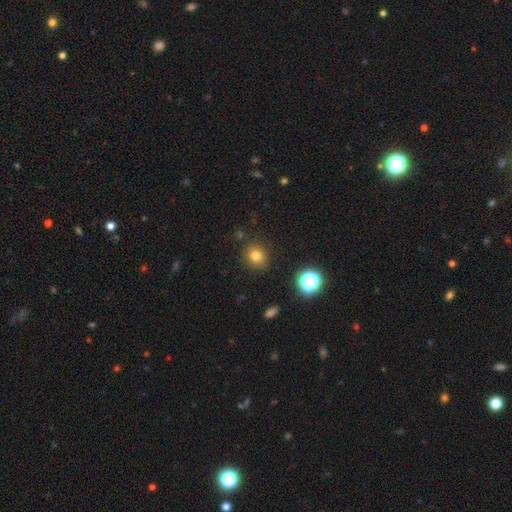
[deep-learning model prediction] Smooth or featured?
  - smooth: 78% *
  - star or artifact: 15%
  - featured or disk: 7%
How rounded?
  - round: 78% *
  - in between: 21%
  - cigar-shaped: 1%
Merging?
  - none: 86% *
  - minor disturbance: 9%
  - major disturbance: 3%
  - merger: 2%